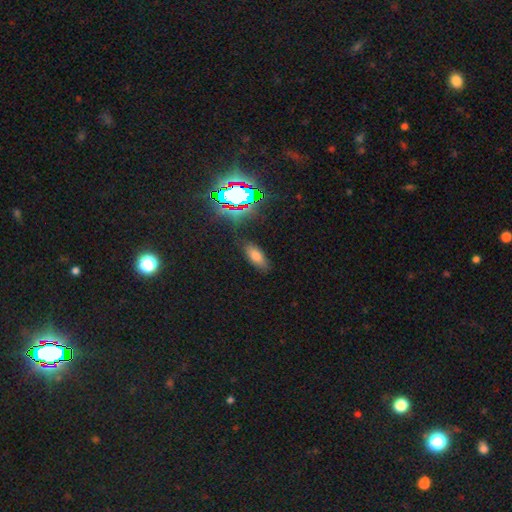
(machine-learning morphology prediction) A smooth galaxy with no disk features (67%) that is in between round and cigar-shaped (81%). Merging: none (83%).